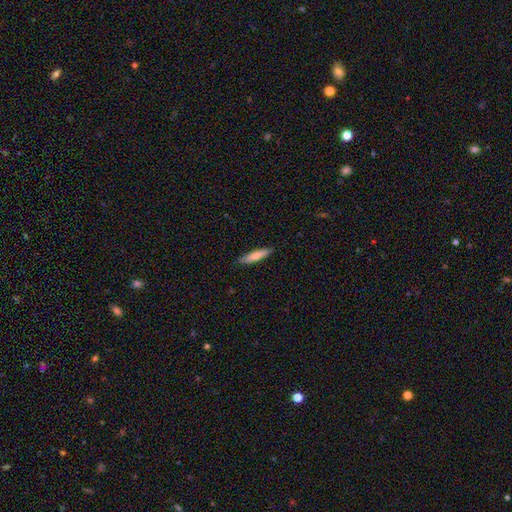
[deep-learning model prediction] This is likely a smooth galaxy (69%). How rounded: clearly cigar-shaped (85%). Merging: clearly none (88%).